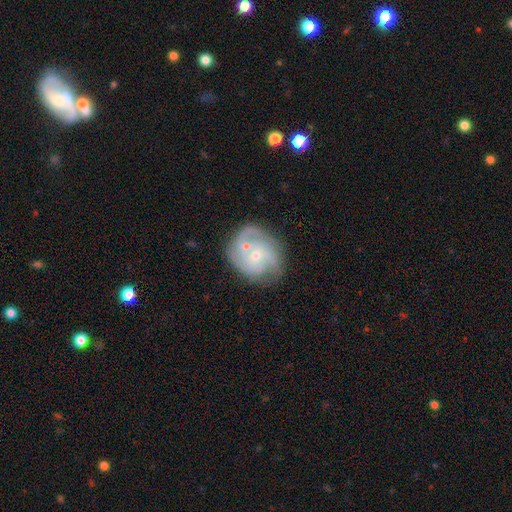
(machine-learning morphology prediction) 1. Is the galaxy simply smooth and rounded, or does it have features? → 76% featured or disk, 17% smooth, 7% star or artifact.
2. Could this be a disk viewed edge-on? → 98% no, 2% yes.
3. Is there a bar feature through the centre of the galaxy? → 76% no, 21% weak, 4% strong.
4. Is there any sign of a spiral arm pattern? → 88% yes, 12% no.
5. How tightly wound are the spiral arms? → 52% tight, 36% medium, 11% loose.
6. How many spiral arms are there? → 30% 3, 27% can't tell, 25% 2, 8% 4, 5% 1, 4% more than 4.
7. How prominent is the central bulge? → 63% small, 33% moderate, 1% none, 1% large, 1% dominant.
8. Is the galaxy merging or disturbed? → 52% none, 23% merger, 18% minor disturbance, 7% major disturbance.